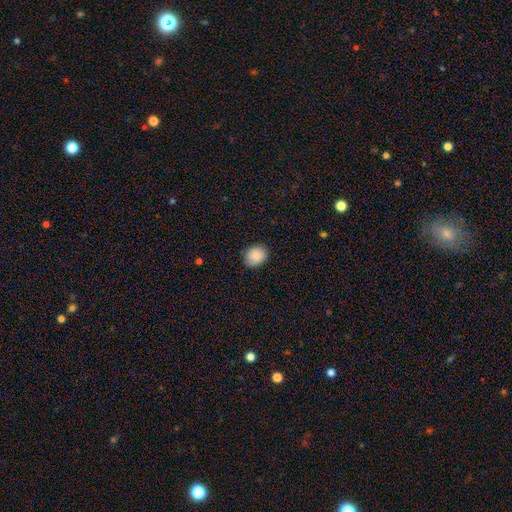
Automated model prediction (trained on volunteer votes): Q: Smooth or featured?
A: smooth (88%); runner-up: star or artifact (8%)
Q: How rounded?
A: round (62%); runner-up: in between (38%)
Q: Merging?
A: none (86%); runner-up: minor disturbance (11%)